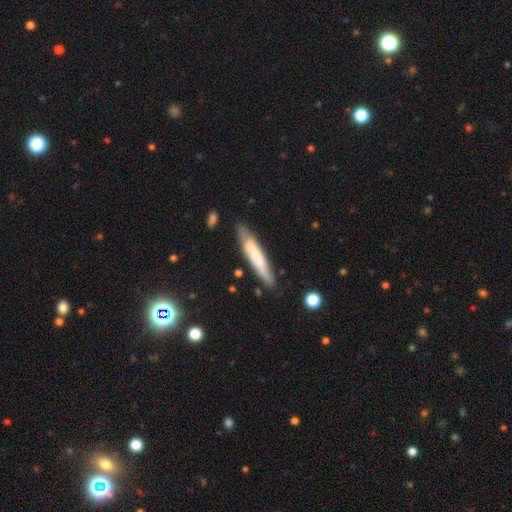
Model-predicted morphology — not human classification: This is likely a smooth galaxy (63%). How rounded: clearly cigar-shaped (90%). Merging: likely none (78%).